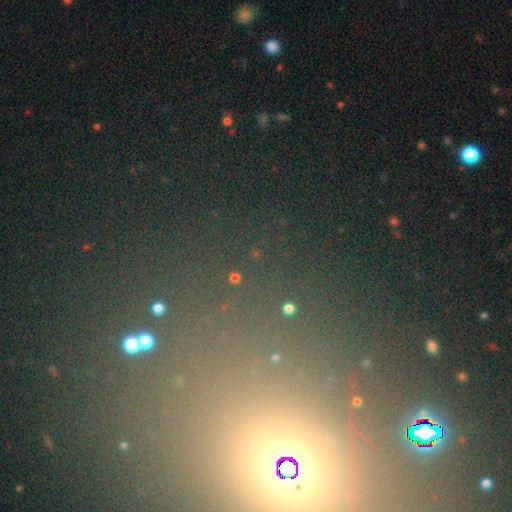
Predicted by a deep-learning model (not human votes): Q: Smooth or featured?
A: star or artifact (71%); runner-up: smooth (19%)